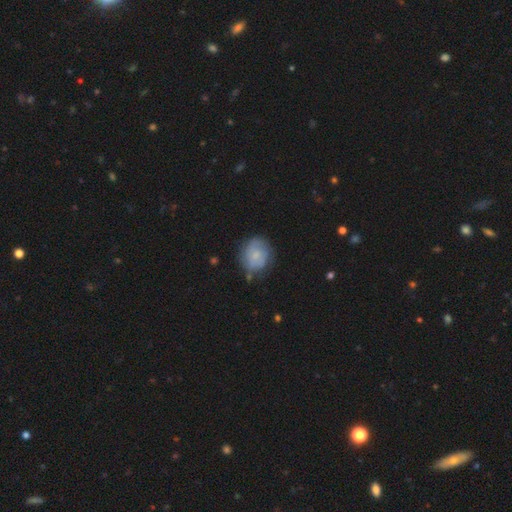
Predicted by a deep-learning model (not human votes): Smooth or featured? smooth (62%)
How rounded? round (68%)
Merging? none (65%)